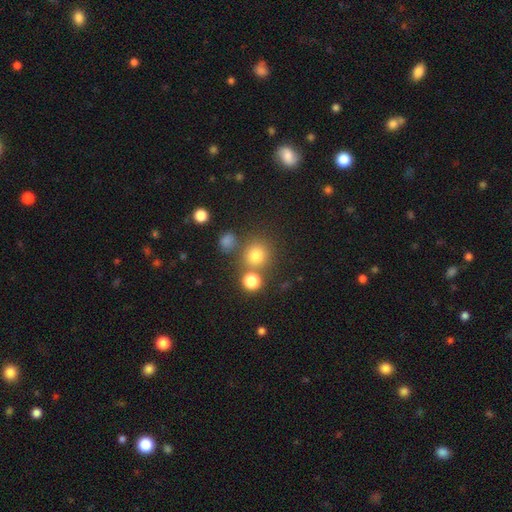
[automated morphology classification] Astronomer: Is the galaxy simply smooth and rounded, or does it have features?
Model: smooth — 75%.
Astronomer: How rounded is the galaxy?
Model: round — 89%.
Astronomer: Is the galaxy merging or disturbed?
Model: none — 72%.